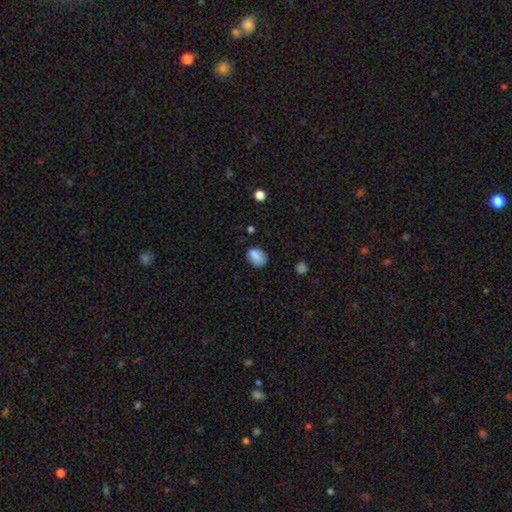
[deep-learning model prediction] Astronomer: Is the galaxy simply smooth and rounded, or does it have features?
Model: smooth — 83%.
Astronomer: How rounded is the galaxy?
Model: in between — 62% (runner-up: round, 37%).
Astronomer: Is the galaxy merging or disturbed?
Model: none — 66%.